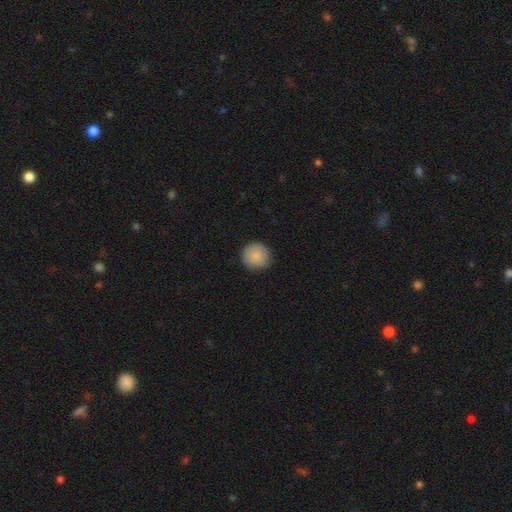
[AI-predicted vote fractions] The model was most divided on "merging": none: 87%, minor disturbance: 10%, major disturbance: 2%, merger: 1%. More confident: how rounded — round (93%); smooth or featured — smooth (87%).